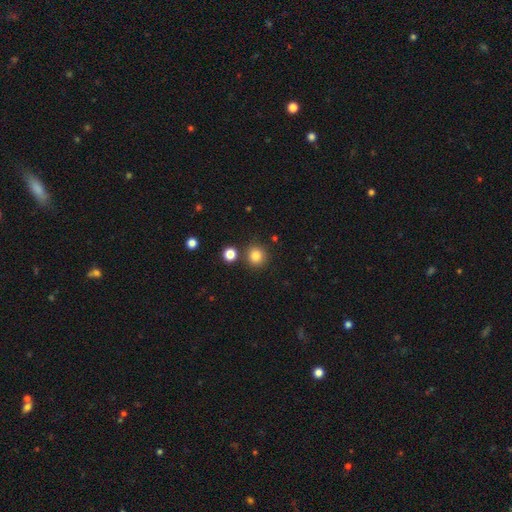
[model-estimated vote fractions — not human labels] Q: Smooth or featured?
A: smooth (83%); runner-up: star or artifact (12%)
Q: How rounded?
A: round (92%); runner-up: in between (7%)
Q: Merging?
A: none (85%); runner-up: minor disturbance (7%)